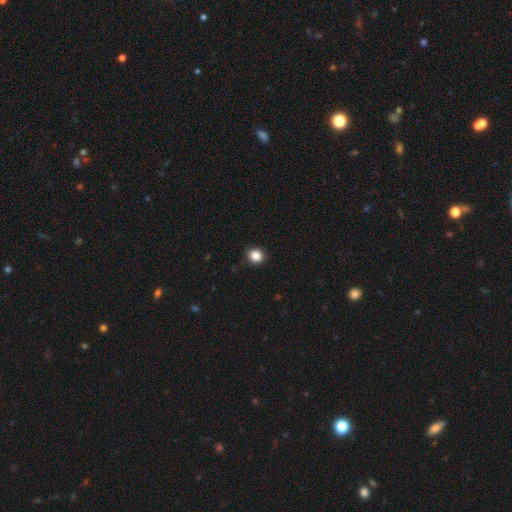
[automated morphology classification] Smooth or featured? smooth (87%)
How rounded? round (84%)
Merging? none (89%)